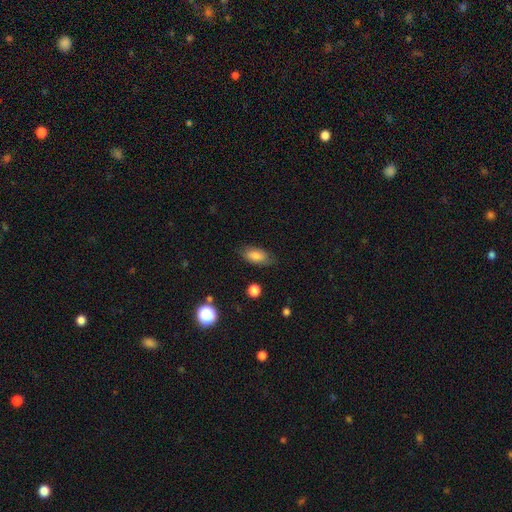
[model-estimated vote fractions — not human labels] Overall: smooth (82%). How rounded: in between (88%). Merging: none (77%).